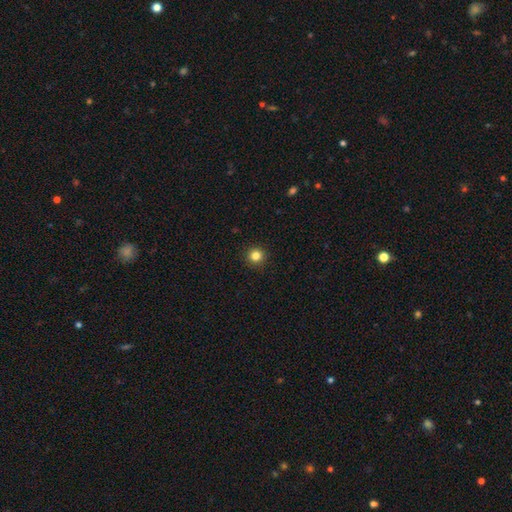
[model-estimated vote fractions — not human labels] A smooth galaxy with no disk features (83%) that is round (95%). Merging: none (93%).